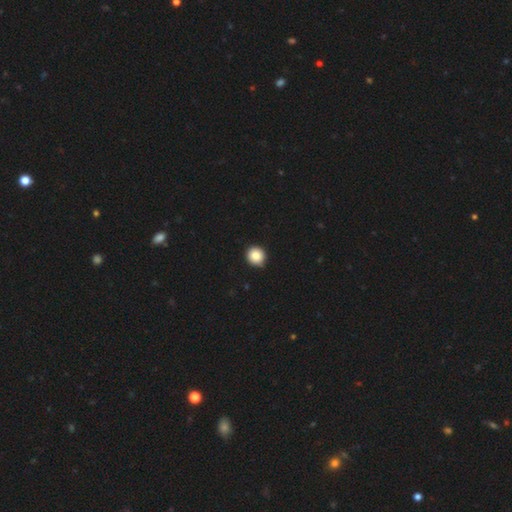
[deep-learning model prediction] Morphology: type=smooth (84%); roundness=round (91%); merging=none (87%).